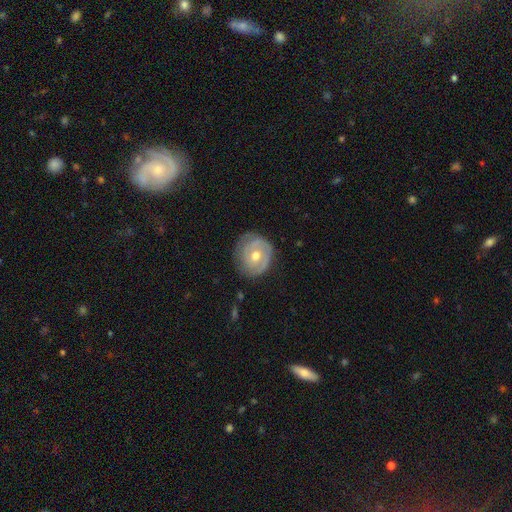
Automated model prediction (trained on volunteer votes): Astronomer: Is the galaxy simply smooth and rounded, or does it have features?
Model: featured or disk — 67%.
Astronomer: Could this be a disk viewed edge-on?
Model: no — 97%.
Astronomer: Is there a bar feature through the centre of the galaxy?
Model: no — 74%.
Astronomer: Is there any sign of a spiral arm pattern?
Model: yes — 73%.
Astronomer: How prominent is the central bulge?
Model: moderate — 76%.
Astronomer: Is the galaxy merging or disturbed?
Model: none — 70%.